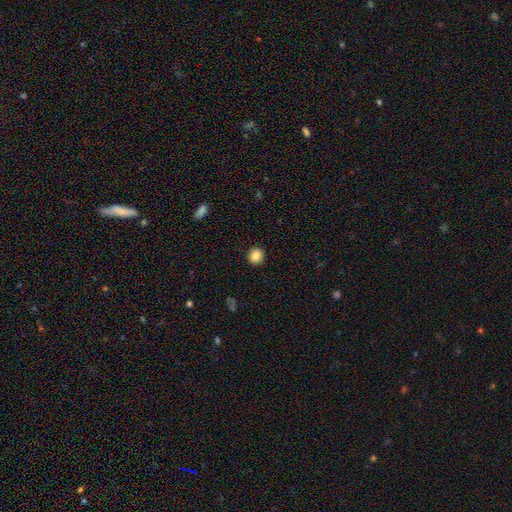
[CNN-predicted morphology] Q: Smooth or featured?
A: smooth (84%); runner-up: star or artifact (10%)
Q: How rounded?
A: round (86%); runner-up: in between (13%)
Q: Merging?
A: none (92%); runner-up: minor disturbance (5%)